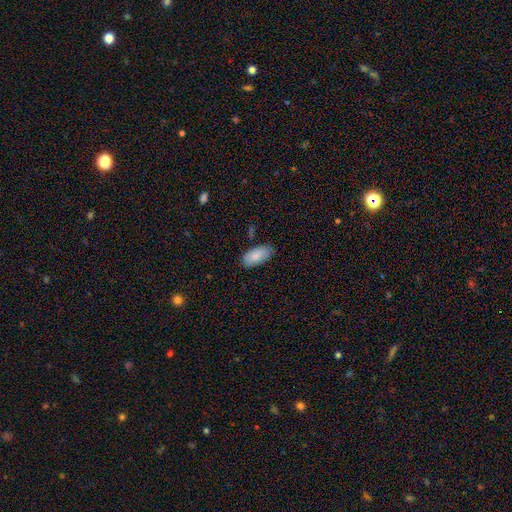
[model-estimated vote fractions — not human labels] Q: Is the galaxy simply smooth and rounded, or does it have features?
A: smooth — 84%.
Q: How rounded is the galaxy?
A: in between — 92%.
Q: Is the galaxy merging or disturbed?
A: none — 79%.